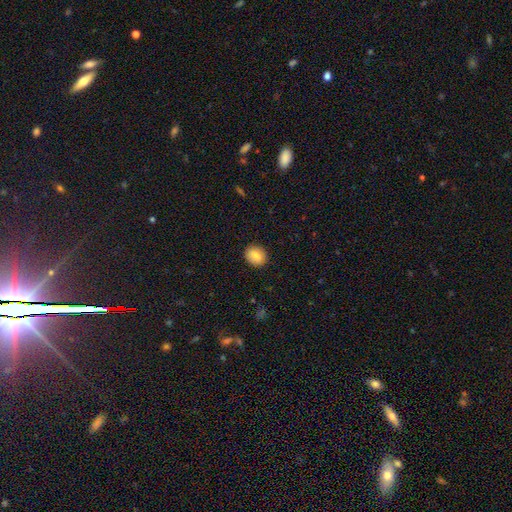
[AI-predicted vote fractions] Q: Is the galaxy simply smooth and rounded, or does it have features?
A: smooth — 84%.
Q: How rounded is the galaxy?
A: round — 69%.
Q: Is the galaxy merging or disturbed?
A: none — 91%.